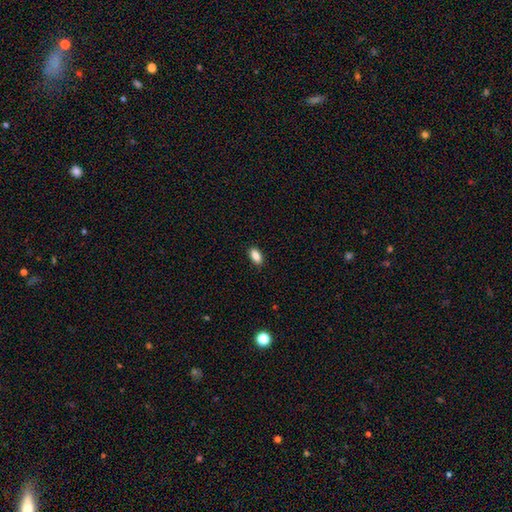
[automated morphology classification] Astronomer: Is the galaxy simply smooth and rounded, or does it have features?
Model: smooth — 88%.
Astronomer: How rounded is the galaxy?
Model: in between — 89%.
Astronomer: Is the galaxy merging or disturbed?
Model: none — 89%.